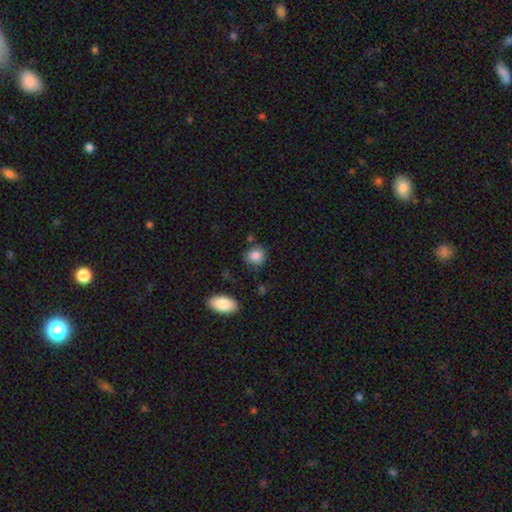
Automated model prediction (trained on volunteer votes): Smooth or featured?
  - smooth: 85% *
  - star or artifact: 9%
  - featured or disk: 6%
How rounded?
  - round: 75% *
  - in between: 23%
  - cigar-shaped: 1%
Merging?
  - none: 76% *
  - minor disturbance: 16%
  - merger: 5%
  - major disturbance: 4%